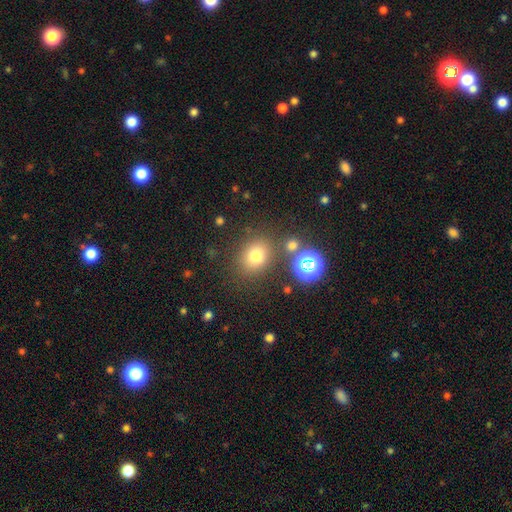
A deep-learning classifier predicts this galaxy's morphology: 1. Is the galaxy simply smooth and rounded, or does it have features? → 73% smooth, 19% star or artifact, 8% featured or disk.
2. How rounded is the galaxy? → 62% round, 37% in between, 1% cigar-shaped.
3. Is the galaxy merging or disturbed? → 76% none, 11% minor disturbance, 8% merger, 5% major disturbance.